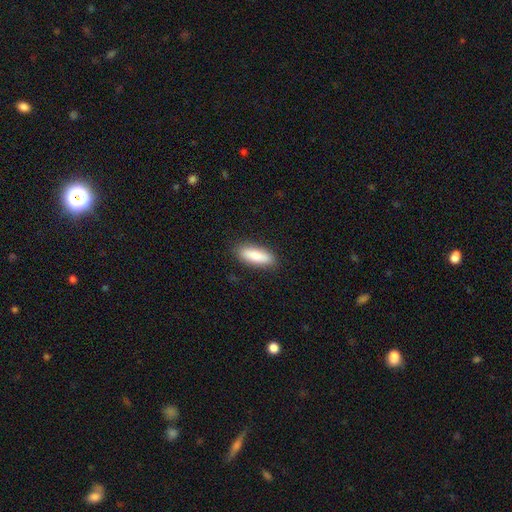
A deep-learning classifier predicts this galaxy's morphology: Overall: smooth (85%). How rounded: in between (63%; cigar-shaped 35%). Merging: none (87%).